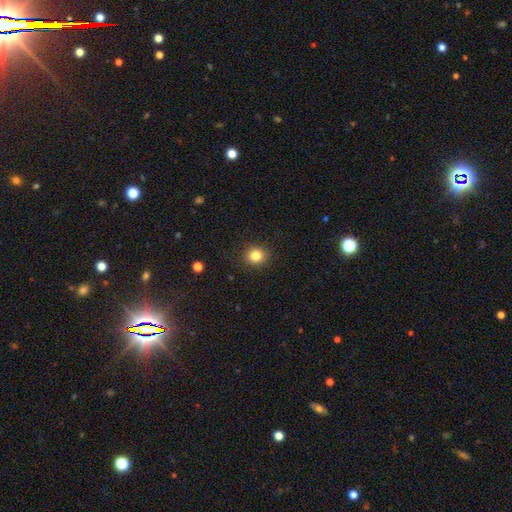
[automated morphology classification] Smooth or featured: smooth — 83% (star or artifact — 11%)
How rounded: round — 84% (in between — 15%)
Merging: none — 90% (minor disturbance — 7%)